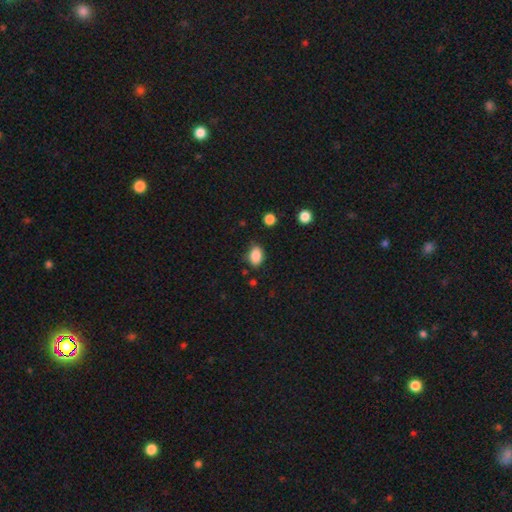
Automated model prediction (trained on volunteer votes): Smooth or featured?
  - smooth: 87% *
  - star or artifact: 9%
  - featured or disk: 4%
How rounded?
  - in between: 82% *
  - round: 16%
  - cigar-shaped: 1%
Merging?
  - none: 75% *
  - minor disturbance: 18%
  - major disturbance: 4%
  - merger: 2%